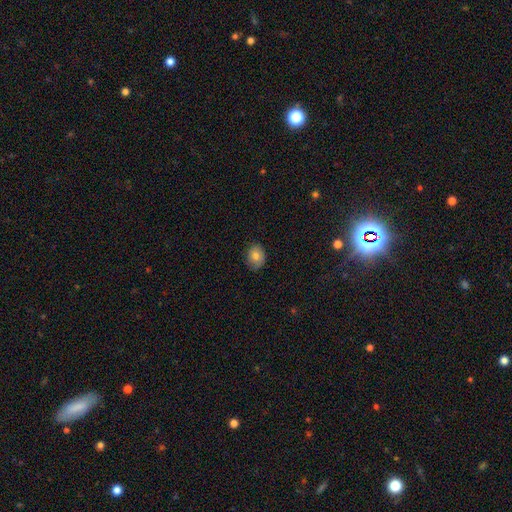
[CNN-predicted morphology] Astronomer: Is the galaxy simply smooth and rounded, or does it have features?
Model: smooth — 81%.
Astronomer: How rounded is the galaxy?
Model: round — 51% (runner-up: in between, 48%).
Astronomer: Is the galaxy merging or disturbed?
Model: none — 80%.